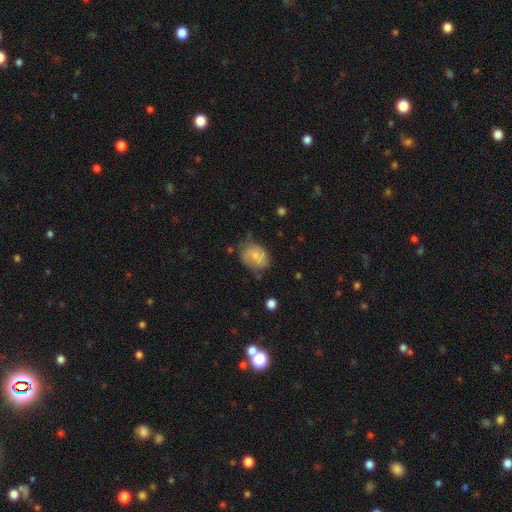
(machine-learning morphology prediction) Smooth or featured?
  - smooth: 50% *
  - featured or disk: 42%
  - star or artifact: 8%
How rounded?
  - in between: 62% *
  - round: 37%
  - cigar-shaped: 1%
Merging?
  - none: 55% *
  - minor disturbance: 30%
  - major disturbance: 11%
  - merger: 3%